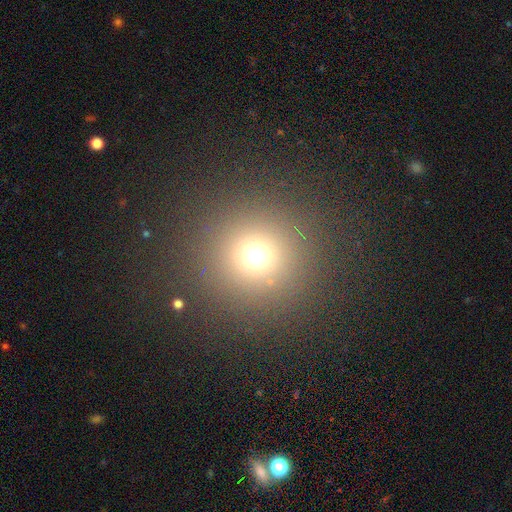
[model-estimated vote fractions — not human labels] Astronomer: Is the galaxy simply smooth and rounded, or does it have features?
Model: smooth — 67%.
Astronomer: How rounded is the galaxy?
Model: round — 95%.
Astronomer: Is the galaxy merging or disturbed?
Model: none — 88%.